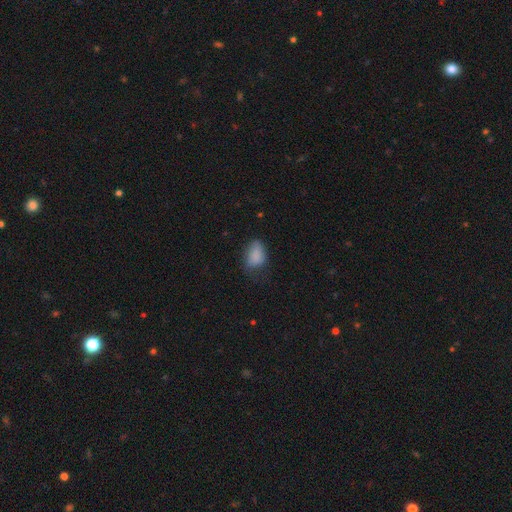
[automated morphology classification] Q: Smooth or featured?
A: smooth (82%); runner-up: star or artifact (9%)
Q: How rounded?
A: in between (85%); runner-up: round (13%)
Q: Merging?
A: none (46%); runner-up: minor disturbance (35%)